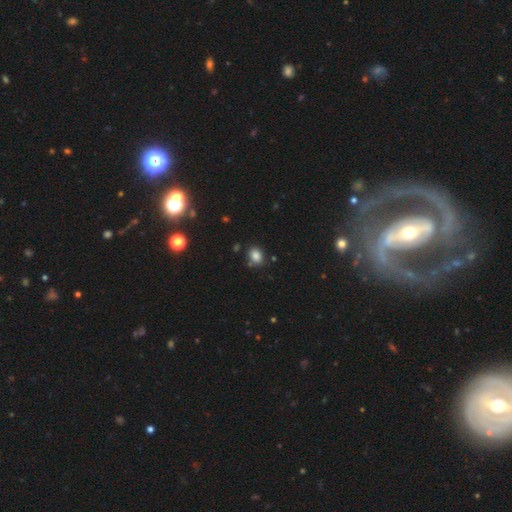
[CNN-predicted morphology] type=smooth (83%); roundness=in between (62%); merging=none (80%).